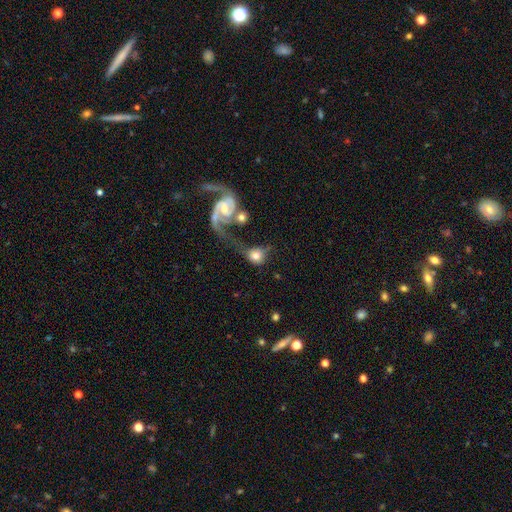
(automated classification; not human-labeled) Smooth or featured?
  - smooth: 55% *
  - featured or disk: 37%
  - star or artifact: 8%
How rounded?
  - round: 73% *
  - in between: 25%
  - cigar-shaped: 1%
Merging?
  - merger: 39% *
  - none: 29%
  - major disturbance: 19%
  - minor disturbance: 13%